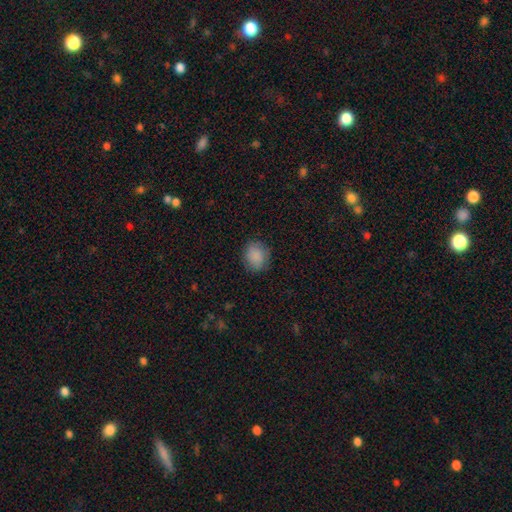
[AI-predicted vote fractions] Smooth or featured? smooth (88%)
How rounded? round (68%)
Merging? none (84%)